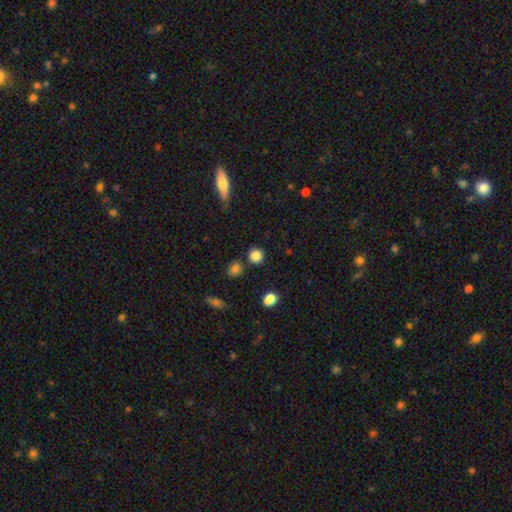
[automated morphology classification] Smooth or featured: smooth — 84% (star or artifact — 11%)
How rounded: round — 91% (in between — 8%)
Merging: none — 84% (minor disturbance — 8%)